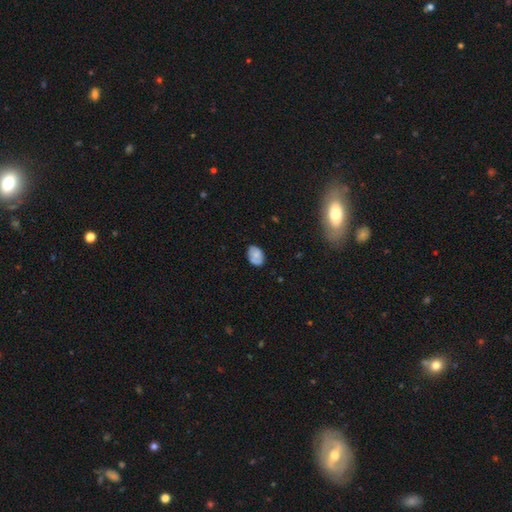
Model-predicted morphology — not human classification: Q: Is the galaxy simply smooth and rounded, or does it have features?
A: smooth — 70%.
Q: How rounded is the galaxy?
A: in between — 82%.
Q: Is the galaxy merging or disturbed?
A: none — 70%.